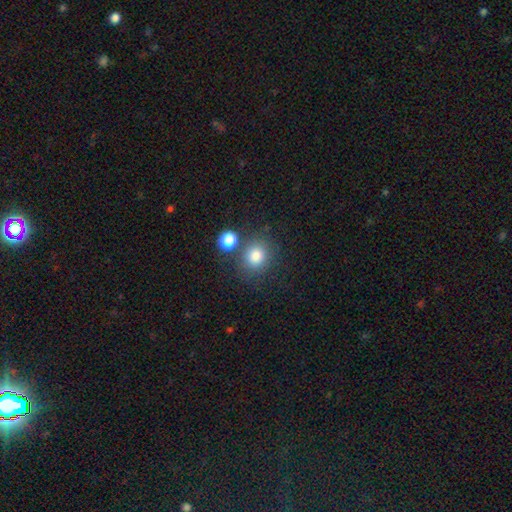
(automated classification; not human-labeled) A smooth galaxy with no disk features (81%) that is round (82%).

Vote fractions:
- Smooth or featured? smooth: 81% / star or artifact: 12% / featured or disk: 7%
- How rounded? round: 82% / in between: 17% / cigar-shaped: 1%
- Merging? none: 70% / merger: 15% / minor disturbance: 11% / major disturbance: 4%